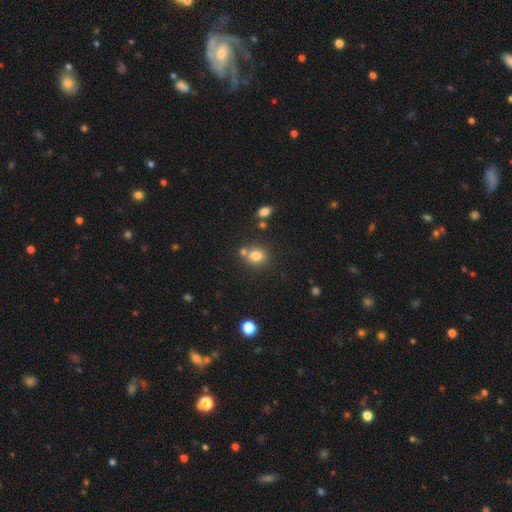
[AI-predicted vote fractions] smooth-or-featured: smooth: 79% | star or artifact: 12% | featured or disk: 8%
  how-rounded: round: 64% | in between: 35% | cigar-shaped: 1%
  merging: none: 61% | merger: 24% | minor disturbance: 11% | major disturbance: 4%